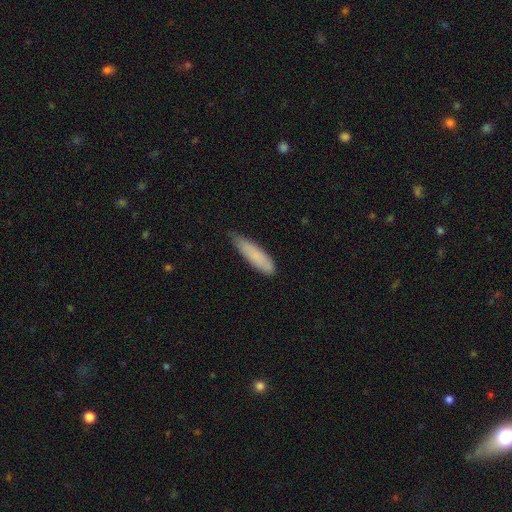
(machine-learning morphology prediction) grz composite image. It shows a smooth galaxy with no disk features (82%) that is cigar-shaped (71%). Merging: none (62%).